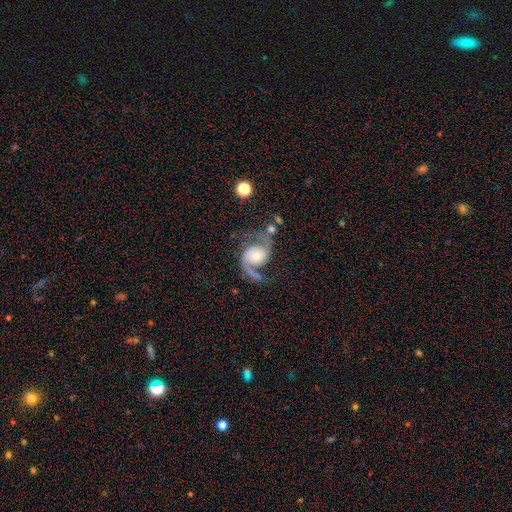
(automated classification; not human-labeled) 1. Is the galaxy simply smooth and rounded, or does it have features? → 90% featured or disk, 5% star or artifact, 5% smooth.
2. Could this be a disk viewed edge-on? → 98% no, 2% yes.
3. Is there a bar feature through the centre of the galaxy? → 67% no, 25% weak, 8% strong.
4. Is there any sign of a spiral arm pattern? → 98% yes, 2% no.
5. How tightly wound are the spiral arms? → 48% medium, 41% loose, 12% tight.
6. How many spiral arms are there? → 92% 2, 3% 1, 2% can't tell, 1% 3, 1% 4, 1% more than 4.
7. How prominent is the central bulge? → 47% moderate, 39% small, 9% large, 3% none, 2% dominant.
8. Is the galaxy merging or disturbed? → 62% none, 17% minor disturbance, 14% major disturbance, 6% merger.